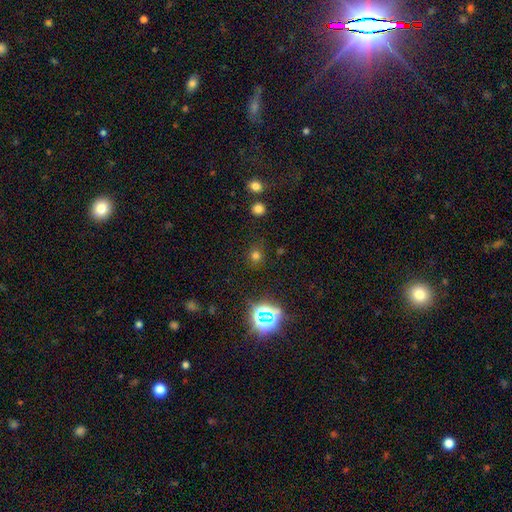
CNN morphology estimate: Smooth or featured? smooth (65%)
How rounded? round (85%)
Merging? none (83%)